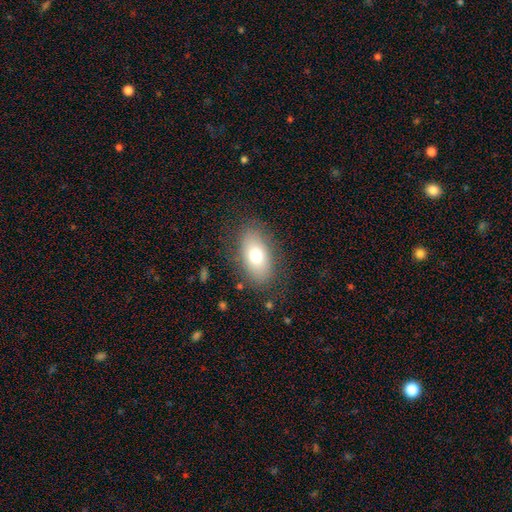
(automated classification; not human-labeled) Smooth or featured? smooth (72%)
How rounded? in between (89%)
Merging? none (81%)